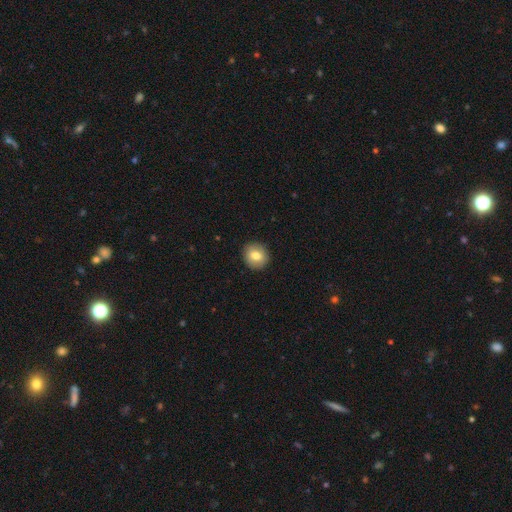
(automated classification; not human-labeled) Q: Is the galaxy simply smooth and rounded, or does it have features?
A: smooth — 76%.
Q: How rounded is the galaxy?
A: round — 88%.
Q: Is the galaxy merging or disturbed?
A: none — 91%.